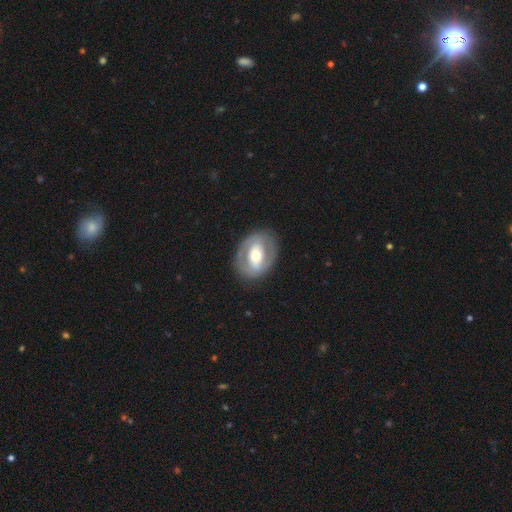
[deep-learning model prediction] Smooth or featured?
  - featured or disk: 63% *
  - smooth: 32%
  - star or artifact: 5%
Edge-on disk?
  - no: 93% *
  - yes: 7%
Bar?
  - strong: 36% *
  - no: 35%
  - weak: 29%
Spiral arms?
  - no: 66% *
  - yes: 34%
Bulge size?
  - moderate: 66% *
  - small: 16%
  - large: 15%
  - dominant: 2%
  - none: 1%
Merging?
  - none: 82% *
  - minor disturbance: 11%
  - major disturbance: 6%
  - merger: 1%